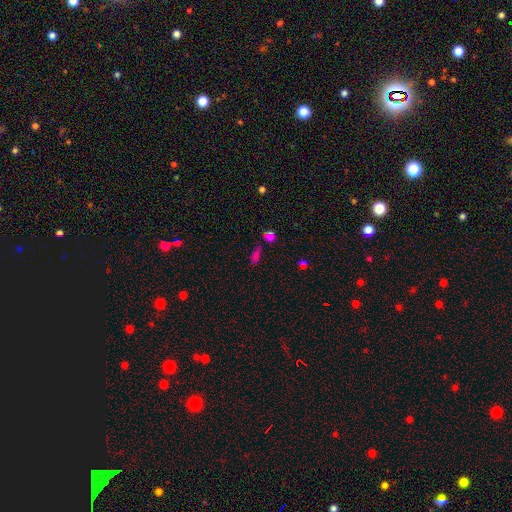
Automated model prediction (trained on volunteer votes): Smooth or featured? Predicted: smooth (p=0.65). How rounded? Predicted: in between (p=0.62). Merging? Predicted: none (p=0.66).